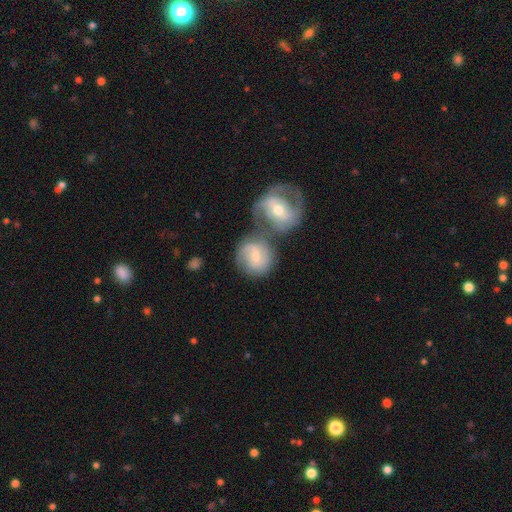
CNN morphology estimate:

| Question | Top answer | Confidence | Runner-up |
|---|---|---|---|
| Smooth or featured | featured or disk | 55% | smooth (38%) |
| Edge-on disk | no | 96% | yes (4%) |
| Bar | weak | 49% | no (35%) |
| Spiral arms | yes | 85% | no (15%) |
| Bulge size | moderate | 55% | small (39%) |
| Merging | merger | 51% | none (35%) |